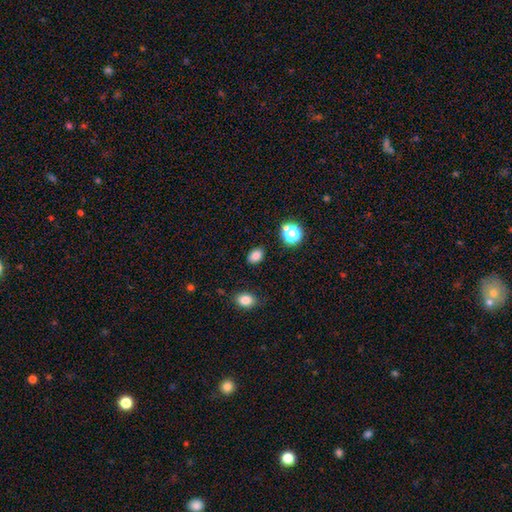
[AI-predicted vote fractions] Smooth or featured? smooth (82%)
How rounded? in between (76%)
Merging? none (86%)